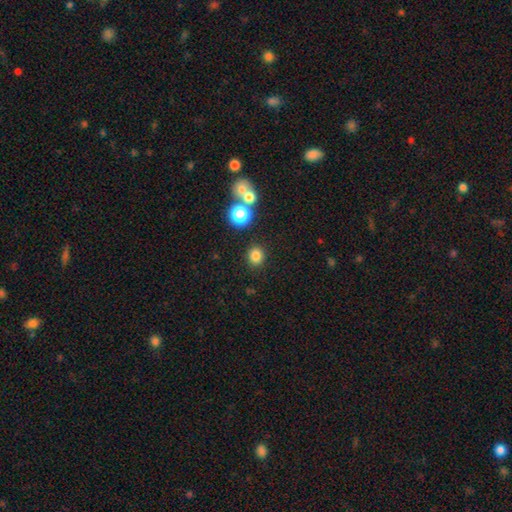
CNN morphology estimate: This appears to be a smooth galaxy with no disk features (80%) that is round (83%). Merging: none (86%).